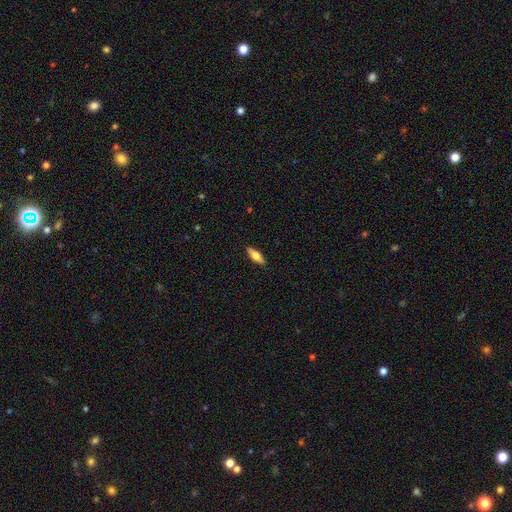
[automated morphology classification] Smooth or featured?
  - smooth: 58% *
  - featured or disk: 36%
  - star or artifact: 6%
How rounded?
  - in between: 59% *
  - cigar-shaped: 39%
  - round: 3%
Merging?
  - none: 89% *
  - minor disturbance: 8%
  - major disturbance: 2%
  - merger: 1%